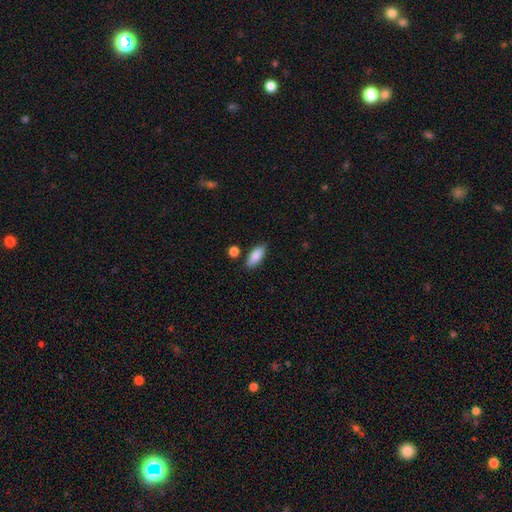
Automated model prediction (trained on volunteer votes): The model was most divided on "how rounded": in between: 81%, cigar-shaped: 17%, round: 3%. More confident: smooth or featured — smooth (86%); merging — none (82%).